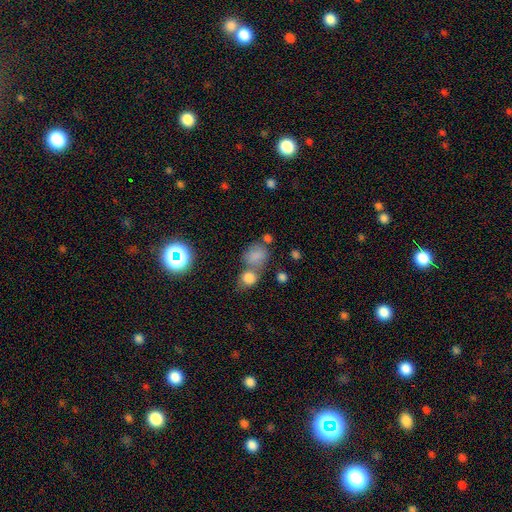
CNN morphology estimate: Smooth or featured? smooth (77%)
How rounded? in between (51%)
Merging? merger (44%)